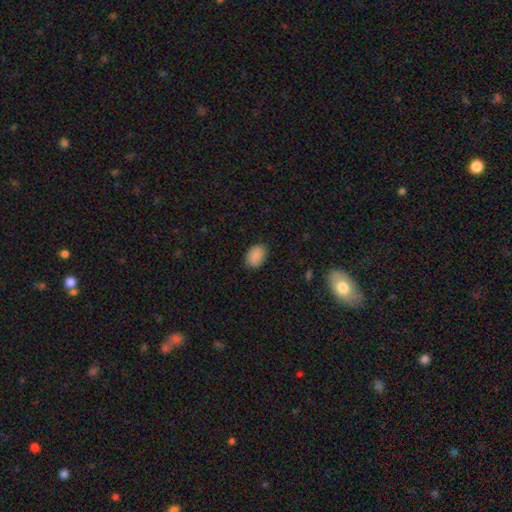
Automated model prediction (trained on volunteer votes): Smooth or featured: smooth — 89% (star or artifact — 7%)
How rounded: in between — 79% (round — 20%)
Merging: none — 85% (minor disturbance — 11%)